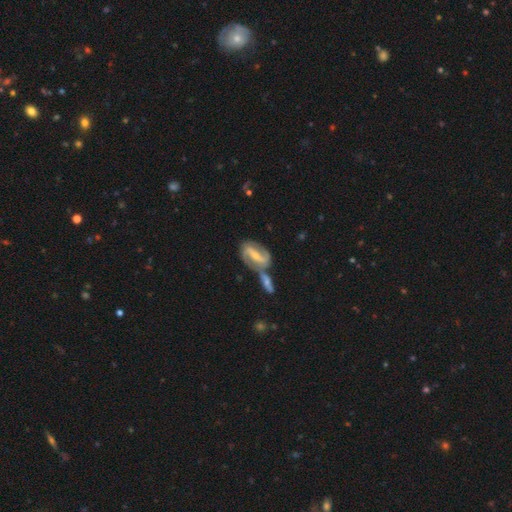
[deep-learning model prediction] Smooth or featured: featured or disk — 86% (smooth — 9%)
Edge-on disk: no — 95% (yes — 5%)
Bar: strong — 54% (weak — 33%)
Spiral arms: yes — 95% (no — 5%)
Spiral winding: medium — 50% (loose — 27%)
Spiral arm count: 2 — 89% (can't tell — 4%)
Bulge size: small — 54% (moderate — 41%)
Merging: none — 41% (merger — 40%)